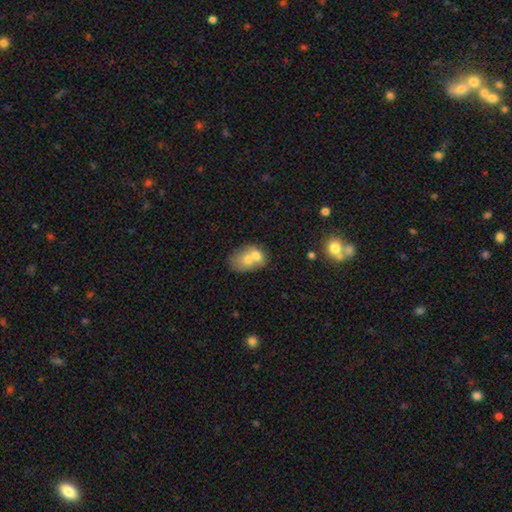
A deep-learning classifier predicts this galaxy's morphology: Smooth or featured? smooth (65%)
How rounded? in between (69%)
Merging? merger (69%)